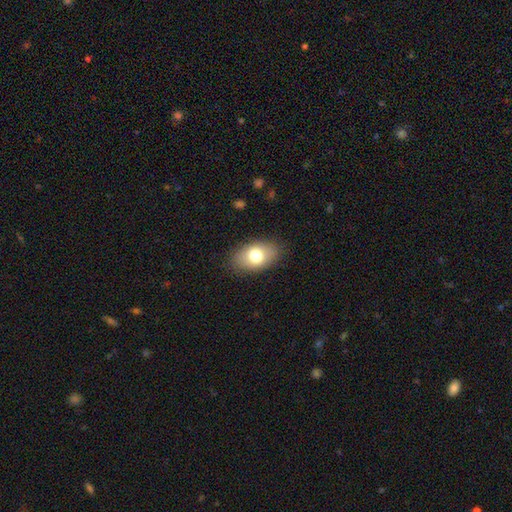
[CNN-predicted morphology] Q: Smooth or featured?
A: smooth (74%); runner-up: featured or disk (18%)
Q: How rounded?
A: in between (89%); runner-up: round (9%)
Q: Merging?
A: none (85%); runner-up: minor disturbance (11%)